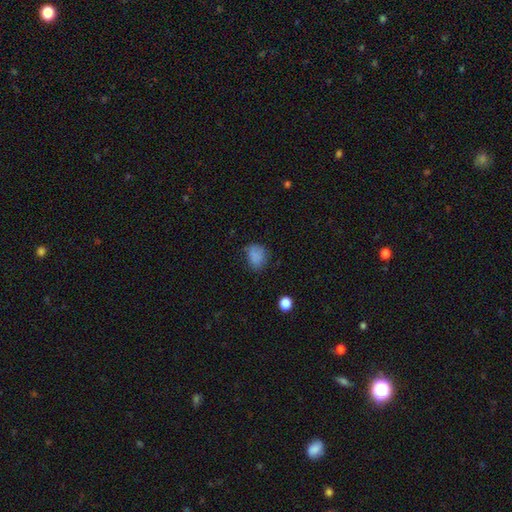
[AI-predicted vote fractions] Morphology: type=smooth (81%); roundness=in between (57%); merging=none (63%).